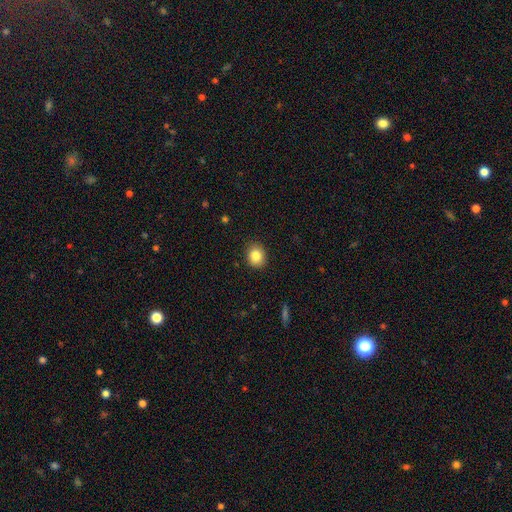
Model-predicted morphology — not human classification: Smooth or featured: smooth — 84% (star or artifact — 9%)
How rounded: round — 67% (in between — 33%)
Merging: none — 89% (minor disturbance — 8%)